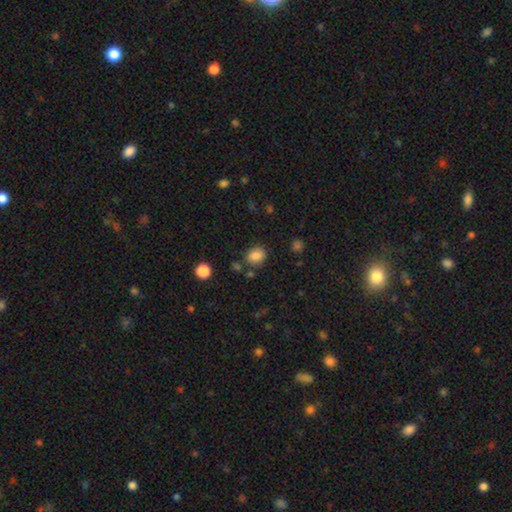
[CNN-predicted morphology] This appears to be a smooth galaxy with no disk features (84%) that is round (57%). Merging: none (77%).